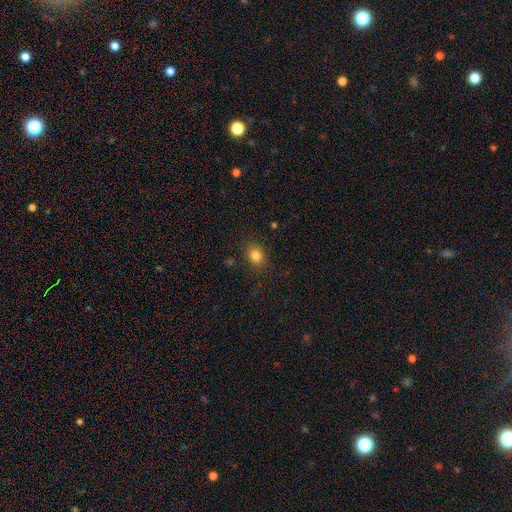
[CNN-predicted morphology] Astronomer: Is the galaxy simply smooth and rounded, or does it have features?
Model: smooth — 82%.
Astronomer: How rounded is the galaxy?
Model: in between — 54% (runner-up: round, 45%).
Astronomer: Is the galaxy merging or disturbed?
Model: none — 85%.